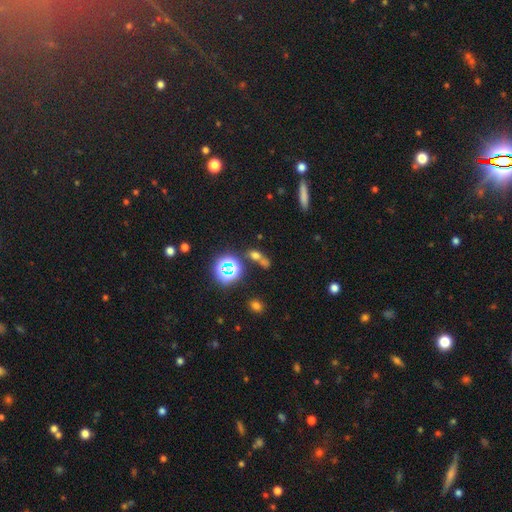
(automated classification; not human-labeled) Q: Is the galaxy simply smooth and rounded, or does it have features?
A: smooth — 53%.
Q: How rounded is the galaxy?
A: in between — 51%.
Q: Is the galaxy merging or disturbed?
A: none — 42%.